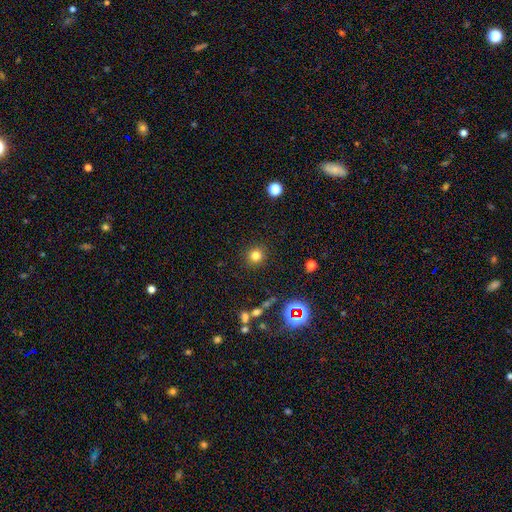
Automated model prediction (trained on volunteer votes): smooth-or-featured: smooth: 78% | star or artifact: 15% | featured or disk: 6%
  how-rounded: round: 90% | in between: 9% | cigar-shaped: 1%
  merging: none: 90% | minor disturbance: 6% | major disturbance: 3% | merger: 2%